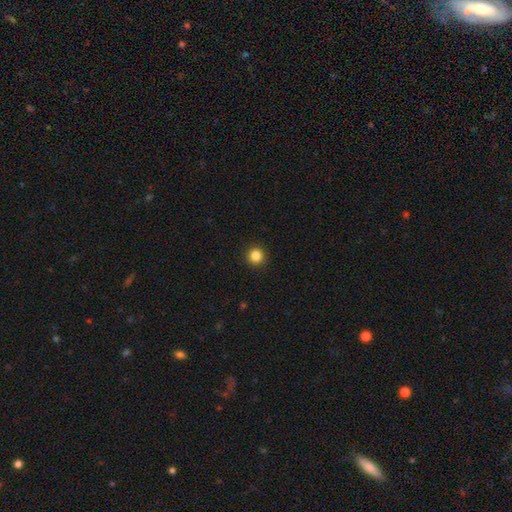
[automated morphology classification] smooth_or_featured: smooth (p=0.85) [alt: star or artifact p=0.11]
how_rounded: round (p=0.95) [alt: in between p=0.04]
merging: none (p=0.93) [alt: minor disturbance p=0.04]